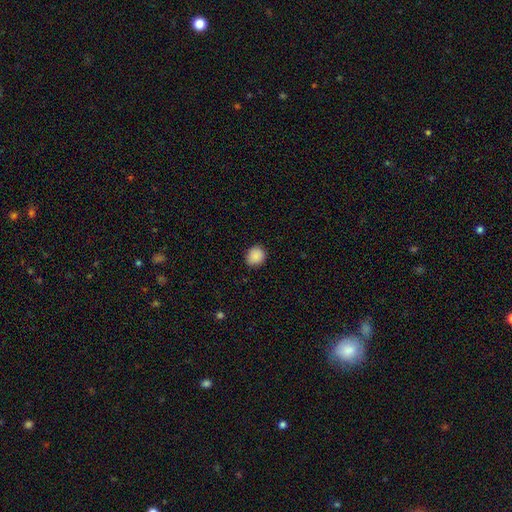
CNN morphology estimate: smooth_or_featured: smooth (p=0.89) [alt: star or artifact p=0.08]
how_rounded: round (p=0.82) [alt: in between p=0.17]
merging: none (p=0.89) [alt: minor disturbance p=0.08]